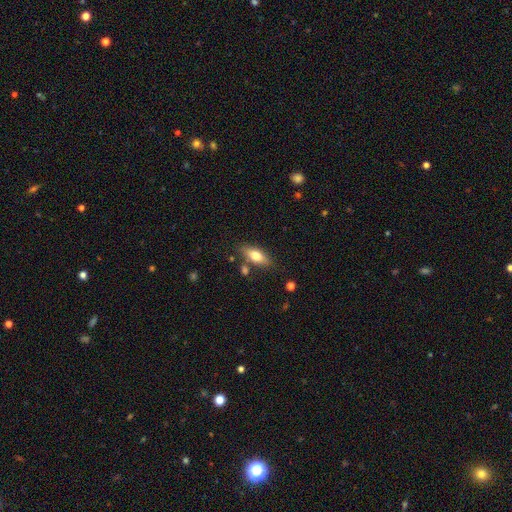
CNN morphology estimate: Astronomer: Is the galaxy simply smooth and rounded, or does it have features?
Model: smooth — 69%.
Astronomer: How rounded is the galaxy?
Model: in between — 73%.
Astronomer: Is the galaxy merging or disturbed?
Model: none — 76%.